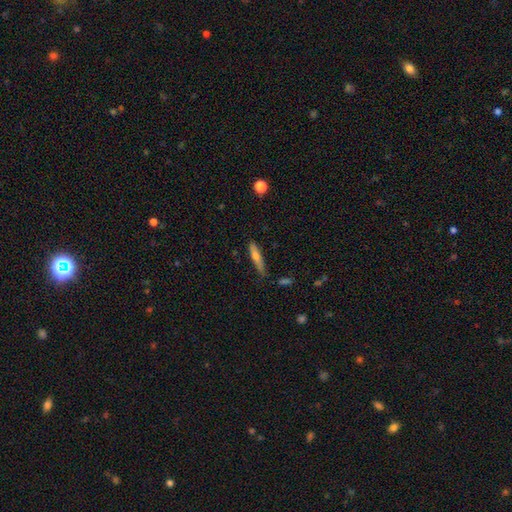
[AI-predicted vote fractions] smooth_or_featured: smooth (p=0.57) [alt: featured or disk p=0.36]
how_rounded: cigar-shaped (p=0.86) [alt: in between p=0.12]
merging: none (p=0.75) [alt: minor disturbance p=0.19]